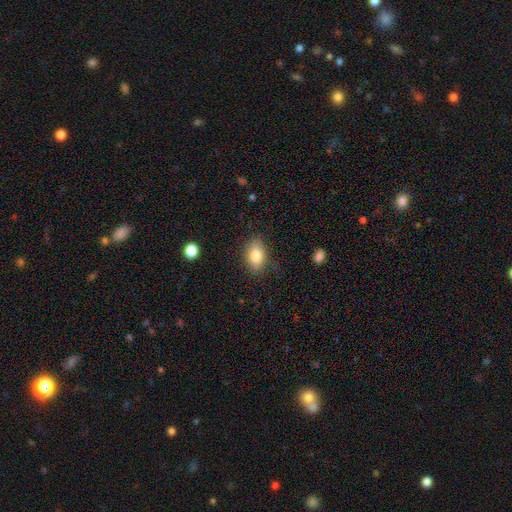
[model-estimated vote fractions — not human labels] Smooth or featured? Predicted: smooth (p=0.81). How rounded? Predicted: in between (p=0.86). Merging? Predicted: none (p=0.84).